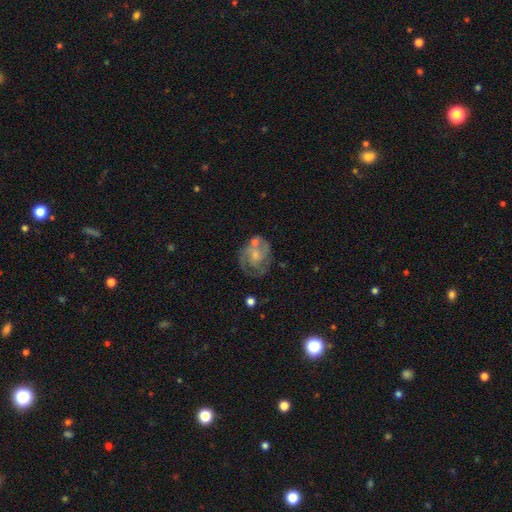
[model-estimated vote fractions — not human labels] A featured or disk galaxy (73%) with no bar (66%), can't tell (29%, tied with 2) tight (44%) spiral arms (85%) and a small central bulge (53%).

Vote fractions:
- Smooth or featured? featured or disk: 73% / smooth: 20% / star or artifact: 7%
- Edge-on disk? no: 98% / yes: 2%
- Bar? no: 66% / weak: 29% / strong: 5%
- Spiral arms? yes: 85% / no: 15%
- Spiral winding? tight: 44% / medium: 42% / loose: 14%
- Spiral arm count? can't tell: 29% (tied) / 2: 29% (tied) / 3: 26% / 1: 6% / 4: 6% / more than 4: 4%
- Bulge size? small: 53% / moderate: 32% / none: 11% / large: 3% / dominant: 1%
- Merging? none: 52% / minor disturbance: 21% / major disturbance: 15% / merger: 12%